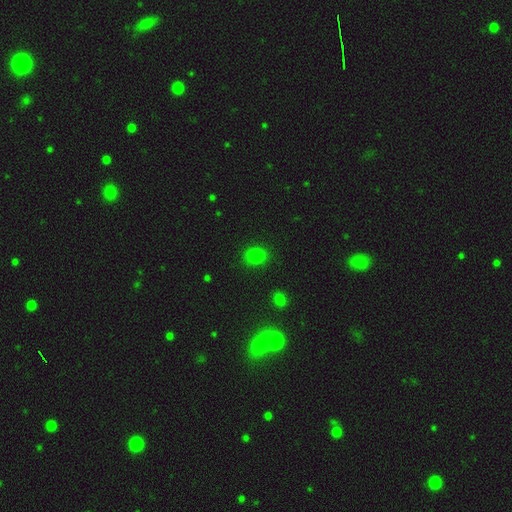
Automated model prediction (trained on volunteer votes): A smooth galaxy with no disk features (80%) that is round (67%). Merging: none (88%).